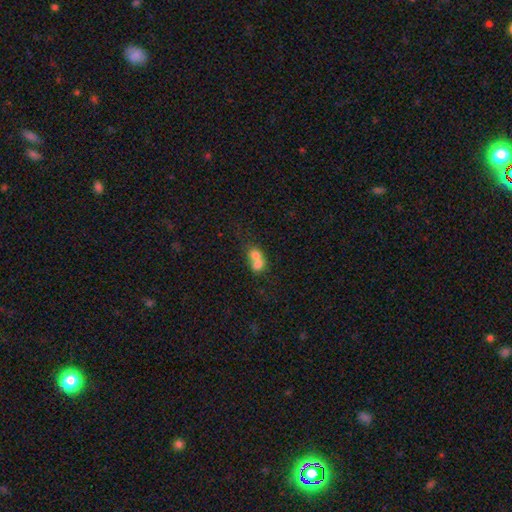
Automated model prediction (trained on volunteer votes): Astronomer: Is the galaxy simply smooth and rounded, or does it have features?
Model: smooth — 71%.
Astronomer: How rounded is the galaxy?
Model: round — 62%.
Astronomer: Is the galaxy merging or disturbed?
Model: merger — 76%.